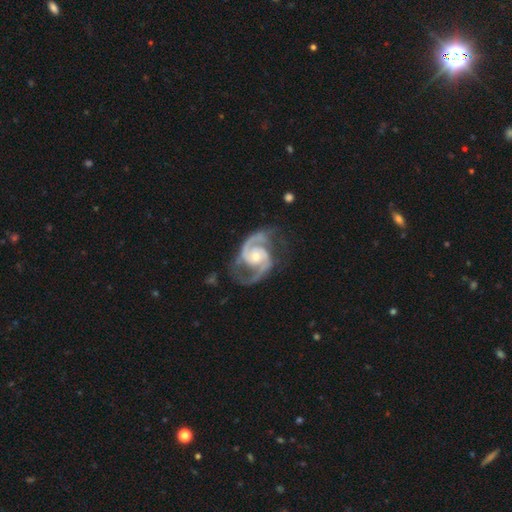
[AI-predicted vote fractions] This appears to be a featured or disk galaxy (94%) with no bar (62%), 2 (92%) medium (61%) spiral arms (99%) and a moderate central bulge (56%). Merging: none (68%).